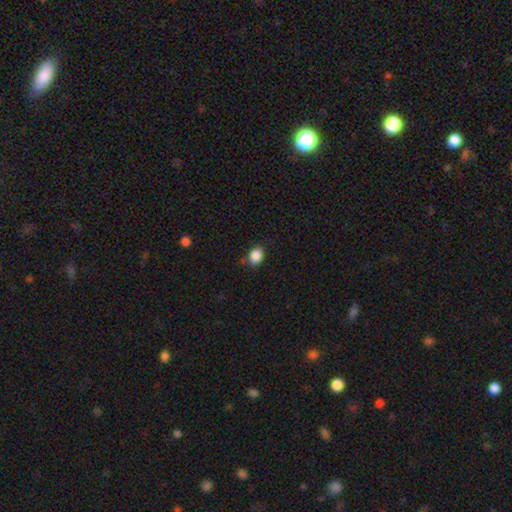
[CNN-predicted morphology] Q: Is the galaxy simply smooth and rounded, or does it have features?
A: smooth — 87%.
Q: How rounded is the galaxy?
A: in between — 52%.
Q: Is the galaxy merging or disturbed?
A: none — 77%.